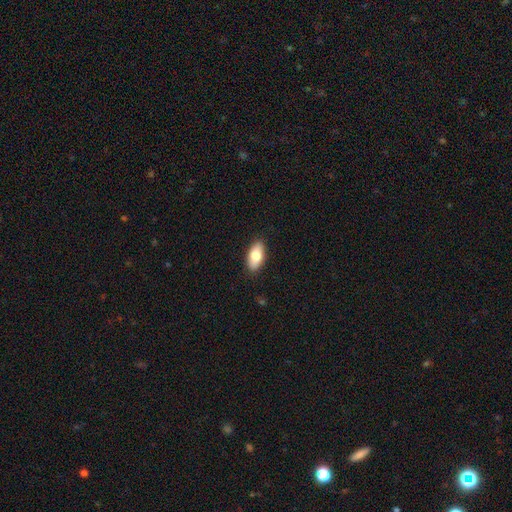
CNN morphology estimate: A smooth galaxy with no disk features (79%) that is in between round and cigar-shaped (92%). Merging: none (88%).